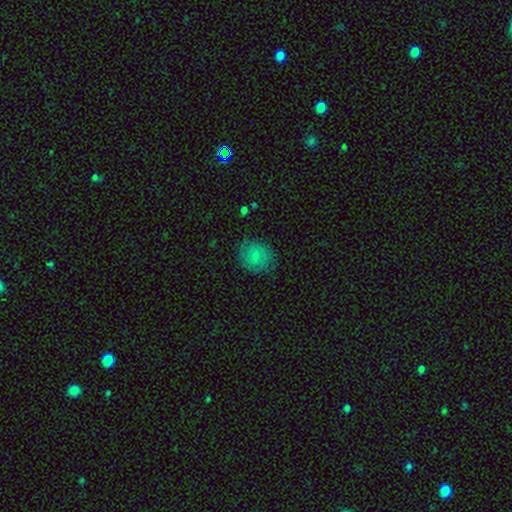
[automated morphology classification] A smooth galaxy with no disk features (78%) that is round (77%).

Vote fractions:
- Smooth or featured? smooth: 78% / featured or disk: 14% / star or artifact: 8%
- How rounded? round: 77% / in between: 22% / cigar-shaped: 1%
- Merging? none: 79% / minor disturbance: 16% / major disturbance: 4% / merger: 1%